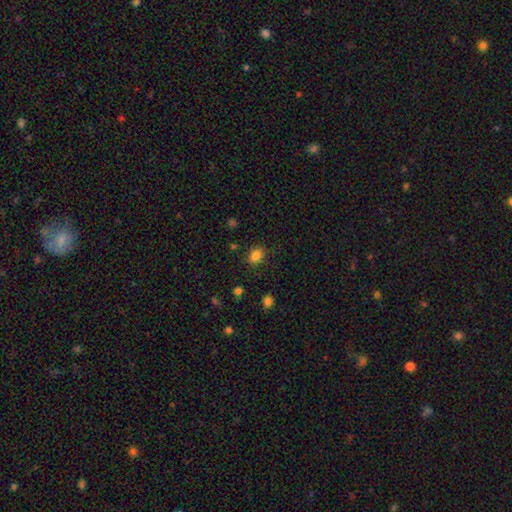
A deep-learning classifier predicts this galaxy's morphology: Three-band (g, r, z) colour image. It shows a smooth galaxy with no disk features (84%) that is in between round and cigar-shaped (64%). Merging: none (83%).